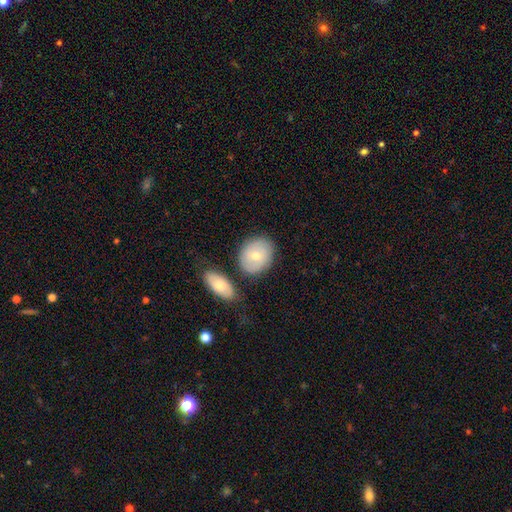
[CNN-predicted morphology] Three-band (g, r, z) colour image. It shows a smooth galaxy with no disk features (67%) that is round (50%). Merging: none (72%).